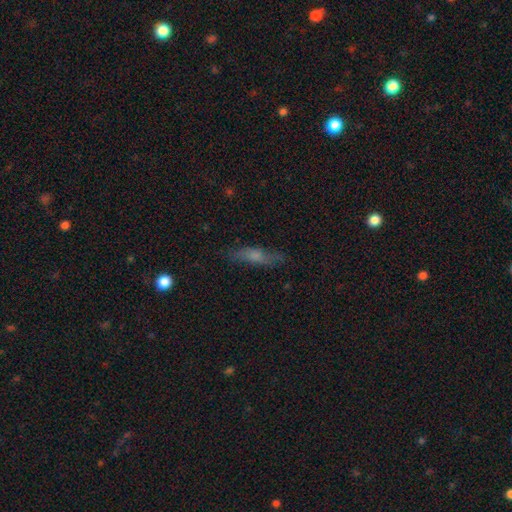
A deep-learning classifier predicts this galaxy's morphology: This is possibly a smooth galaxy (52%). How rounded: likely cigar-shaped (72%). Merging: likely none (79%).